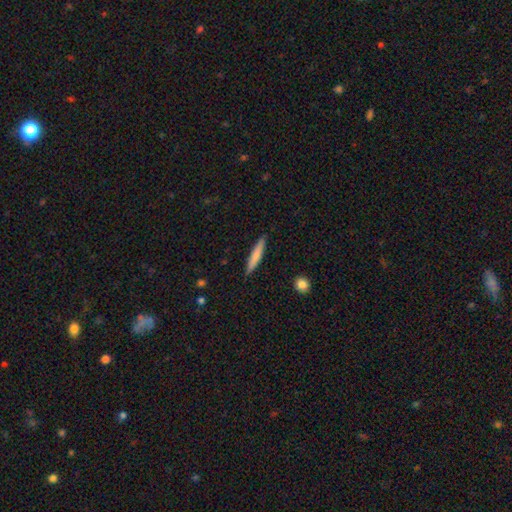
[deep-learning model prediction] Smooth or featured: smooth — 71% (featured or disk — 23%)
How rounded: cigar-shaped — 92% (in between — 7%)
Merging: none — 88% (minor disturbance — 9%)